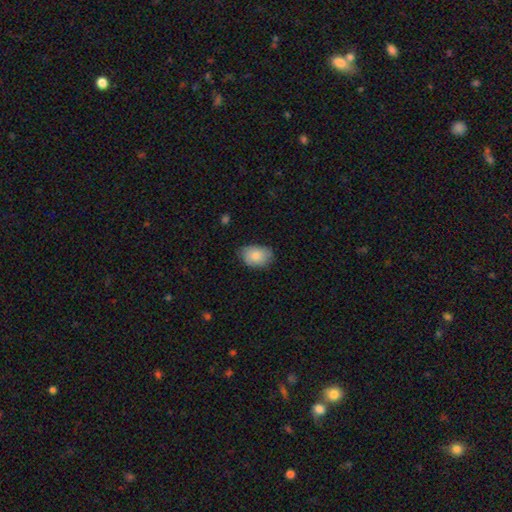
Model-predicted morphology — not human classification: Smooth or featured: smooth — 83% (featured or disk — 10%)
How rounded: in between — 79% (round — 20%)
Merging: none — 73% (minor disturbance — 23%)